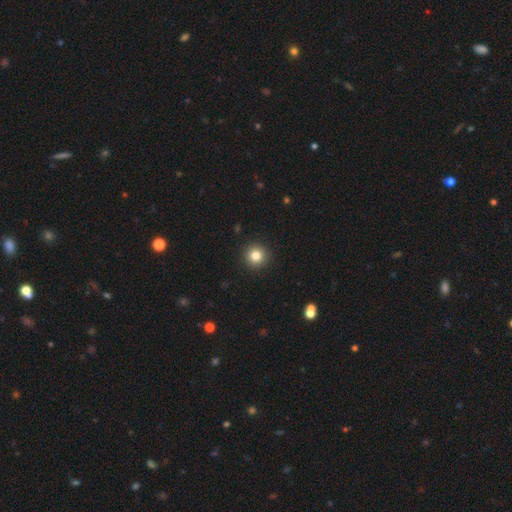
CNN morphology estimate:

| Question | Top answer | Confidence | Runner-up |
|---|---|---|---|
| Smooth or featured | smooth | 82% | star or artifact (11%) |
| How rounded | round | 95% | in between (4%) |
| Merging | none | 92% | minor disturbance (5%) |